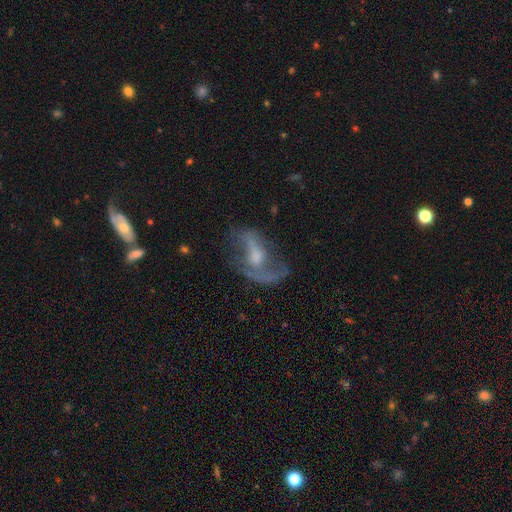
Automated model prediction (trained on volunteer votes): featured or disk 76%, smooth 15%, star or artifact 10%. Down the decision tree: edge-on disk — no (94%); bar — no (43%); spiral arms — yes (81%); spiral arm count — 2 (69%); spiral winding — loose (52%); bulge size — moderate (45%); merging — none (48%).